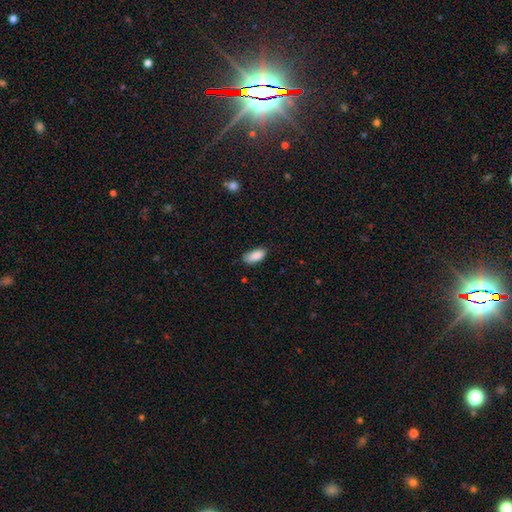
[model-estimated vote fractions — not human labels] A smooth galaxy with no disk features (88%) that is in between round and cigar-shaped (90%).

Vote fractions:
- Smooth or featured? smooth: 88% / star or artifact: 7% / featured or disk: 4%
- How rounded? in between: 90% / cigar-shaped: 8% / round: 2%
- Merging? none: 73% / minor disturbance: 22% / major disturbance: 3% / merger: 1%